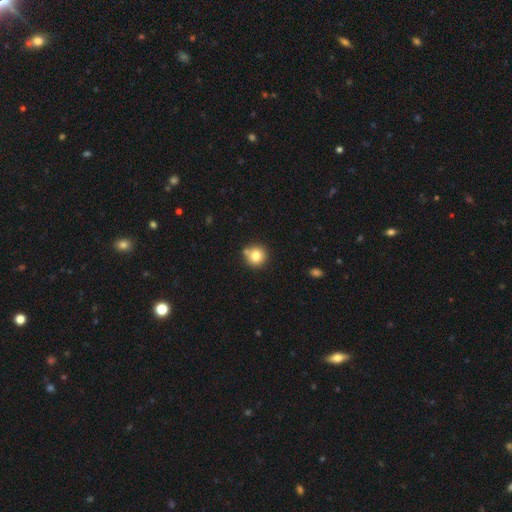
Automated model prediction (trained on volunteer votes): Overall: smooth (80%). How rounded: round (92%). Merging: none (69%).